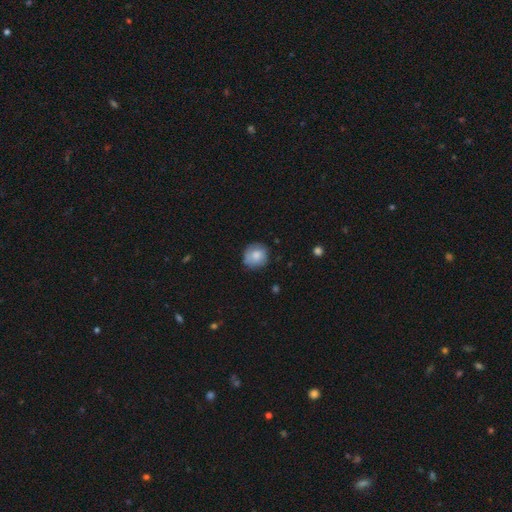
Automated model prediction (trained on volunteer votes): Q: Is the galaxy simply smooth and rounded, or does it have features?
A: smooth — 77%.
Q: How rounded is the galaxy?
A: round — 84%.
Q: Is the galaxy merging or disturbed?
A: none — 72%.